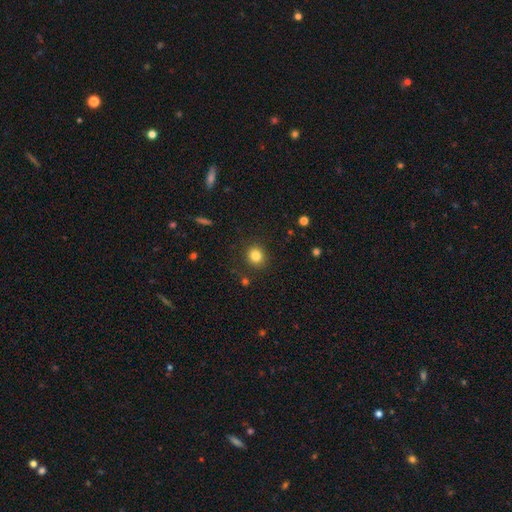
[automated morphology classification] smooth 83%, star or artifact 12%, featured or disk 5%. Down the decision tree: how rounded — round (86%); merging — none (88%).